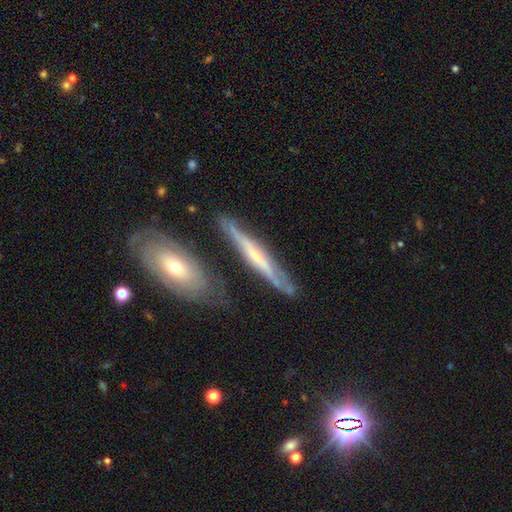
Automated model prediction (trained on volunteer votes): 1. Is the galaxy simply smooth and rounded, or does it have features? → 69% featured or disk, 25% smooth, 6% star or artifact.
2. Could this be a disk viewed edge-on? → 84% yes, 16% no.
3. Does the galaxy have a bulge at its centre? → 52% rounded, 39% none, 10% boxy.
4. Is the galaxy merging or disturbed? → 74% none, 17% minor disturbance, 5% merger, 4% major disturbance.